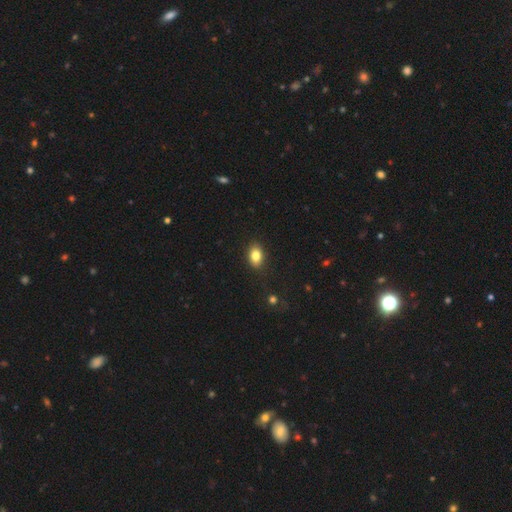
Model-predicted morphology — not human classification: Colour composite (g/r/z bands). It shows a smooth galaxy with no disk features (83%) that is in between round and cigar-shaped (83%). Merging: none (88%).